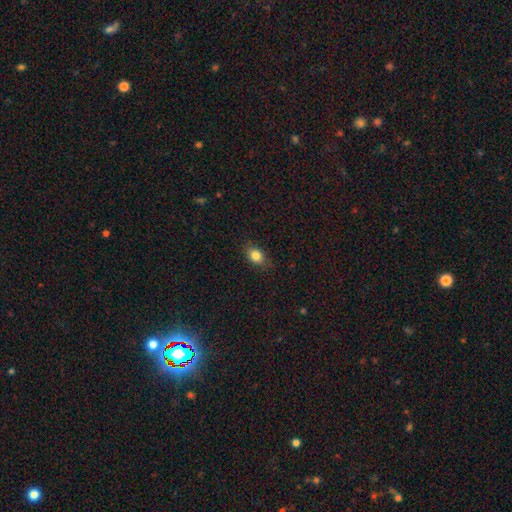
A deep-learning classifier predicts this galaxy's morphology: This is clearly a smooth galaxy (82%). How rounded: likely in between (71%). Merging: clearly none (83%).